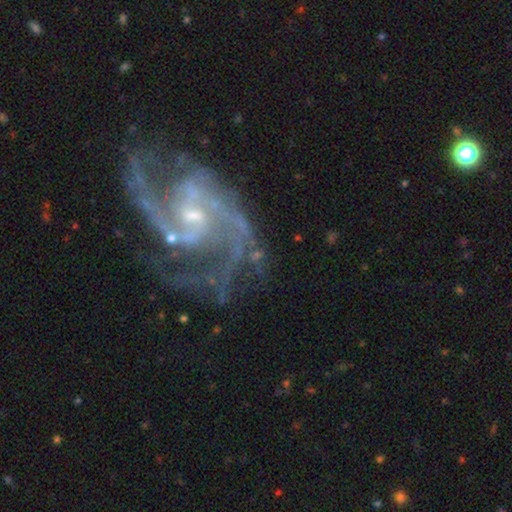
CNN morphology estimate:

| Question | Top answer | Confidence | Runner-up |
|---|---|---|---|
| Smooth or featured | featured or disk | 83% | star or artifact (9%) |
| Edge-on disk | no | 97% | yes (3%) |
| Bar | weak | 47% | no (32%) |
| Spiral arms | yes | 93% | no (7%) |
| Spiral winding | medium | 49% | loose (27%) |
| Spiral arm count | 2 | 54% | can't tell (14%) |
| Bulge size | small | 66% | moderate (23%) |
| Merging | none | 52% | major disturbance (24%) |